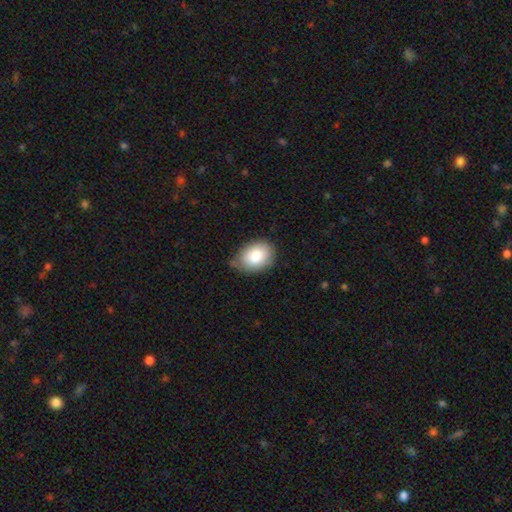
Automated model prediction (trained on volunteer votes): Smooth or featured?
  - smooth: 84% *
  - featured or disk: 8%
  - star or artifact: 8%
How rounded?
  - in between: 71% *
  - round: 28%
  - cigar-shaped: 1%
Merging?
  - none: 70% *
  - minor disturbance: 24%
  - major disturbance: 4%
  - merger: 2%